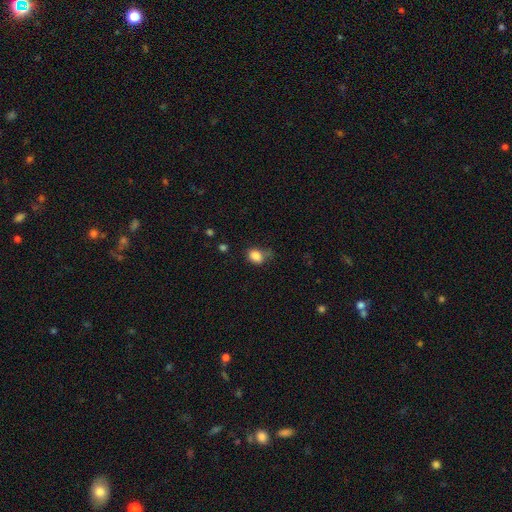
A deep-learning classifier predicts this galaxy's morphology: This is clearly a smooth galaxy (84%). How rounded: possibly in between (59%). Merging: possibly none (54%).